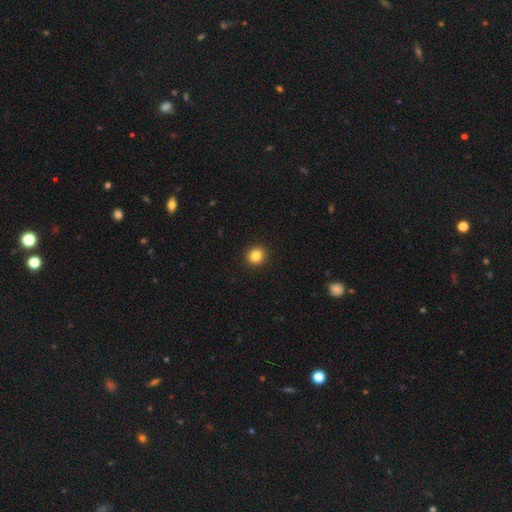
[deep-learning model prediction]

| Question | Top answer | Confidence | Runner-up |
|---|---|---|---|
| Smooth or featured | smooth | 84% | star or artifact (11%) |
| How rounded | round | 90% | in between (9%) |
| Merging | none | 93% | minor disturbance (5%) |